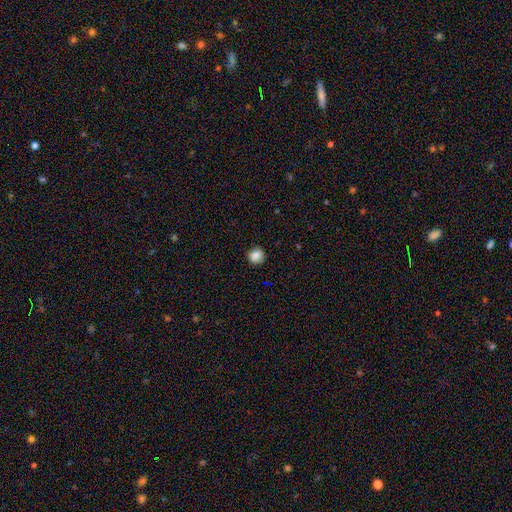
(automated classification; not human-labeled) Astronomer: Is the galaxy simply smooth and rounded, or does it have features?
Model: smooth — 86%.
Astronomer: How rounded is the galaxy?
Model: round — 87%.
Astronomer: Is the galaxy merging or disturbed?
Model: none — 86%.